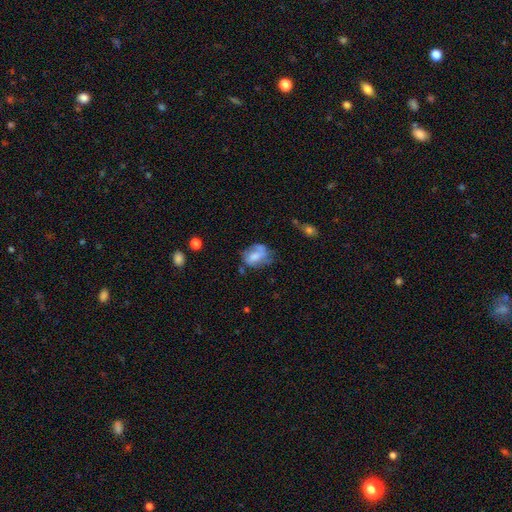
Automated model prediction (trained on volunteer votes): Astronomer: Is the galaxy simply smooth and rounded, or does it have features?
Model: smooth — 57% (runner-up: featured or disk, 34%).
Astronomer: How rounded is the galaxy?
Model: in between — 70%.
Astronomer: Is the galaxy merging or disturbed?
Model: none — 39% (runner-up: minor disturbance, 32%).